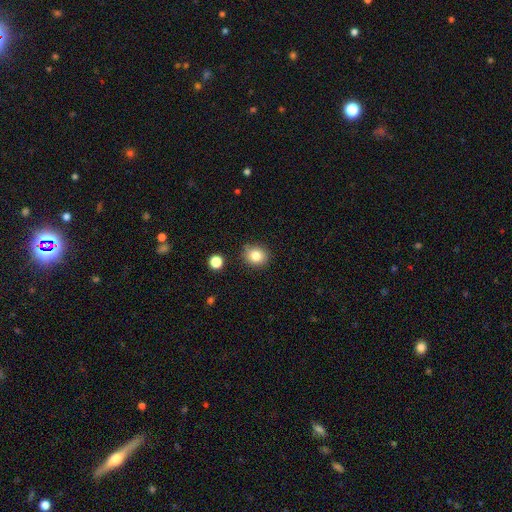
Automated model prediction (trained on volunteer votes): Overall: smooth (82%). How rounded: round (71%). Merging: none (84%).